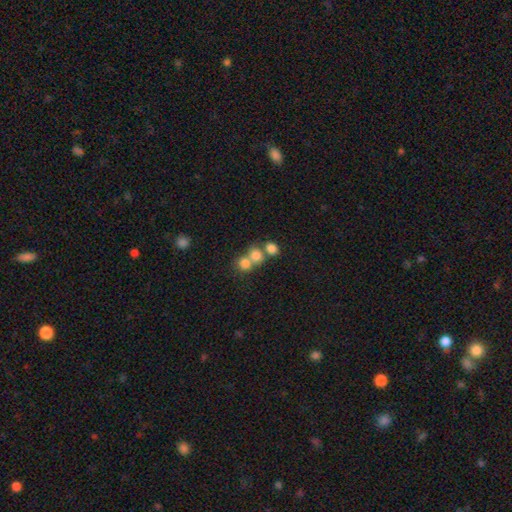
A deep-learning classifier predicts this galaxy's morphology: type=smooth (76%); roundness=round (70%); merging=merger (52%).